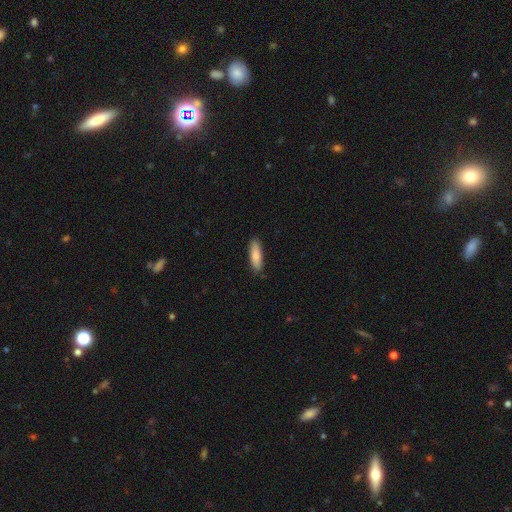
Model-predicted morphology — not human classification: This is clearly a smooth galaxy (86%). How rounded: possibly cigar-shaped (57%). Merging: clearly none (87%).